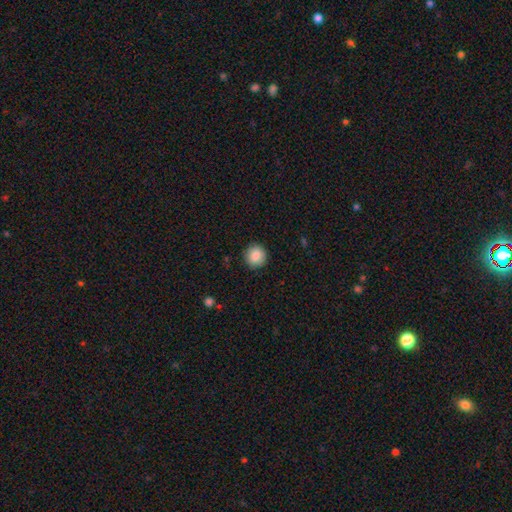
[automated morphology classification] type=smooth (87%); roundness=round (93%); merging=none (91%).